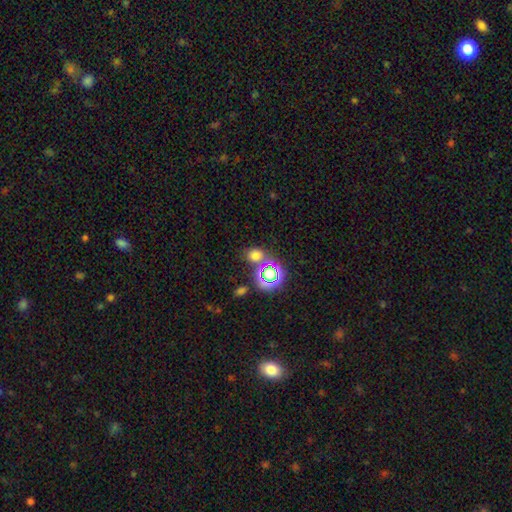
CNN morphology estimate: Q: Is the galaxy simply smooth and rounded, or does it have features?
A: smooth — 63%.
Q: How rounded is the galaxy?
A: round — 62%.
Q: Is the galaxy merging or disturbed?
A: none — 65%.